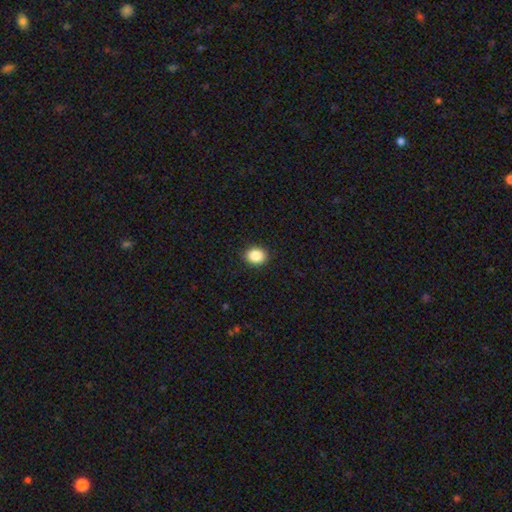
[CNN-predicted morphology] Smooth or featured?
  - smooth: 87% *
  - star or artifact: 9%
  - featured or disk: 4%
How rounded?
  - round: 57% *
  - in between: 42%
  - cigar-shaped: 1%
Merging?
  - none: 91% *
  - minor disturbance: 6%
  - major disturbance: 2%
  - merger: 1%